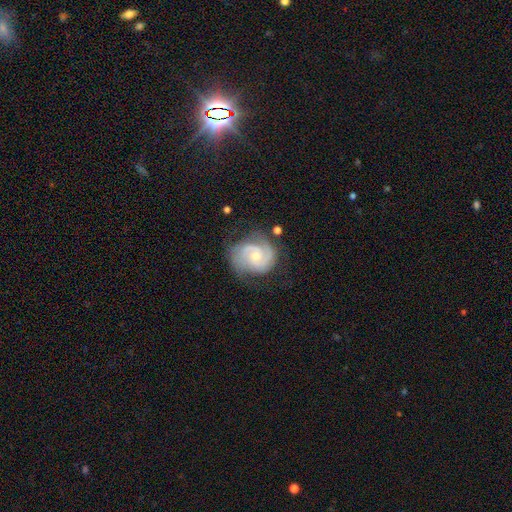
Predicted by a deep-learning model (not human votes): Overall: featured or disk (84%). Edge-on disk: no (98%). Bar: no (63%; weak 32%). Spiral arms: yes (96%). Spiral arm count: 2 (72%). Spiral winding: tight (51%; medium 40%). Bulge size: small (56%; moderate 40%). Merging: none (69%).